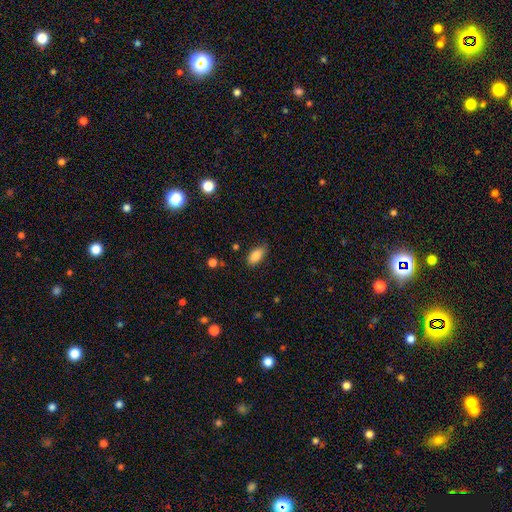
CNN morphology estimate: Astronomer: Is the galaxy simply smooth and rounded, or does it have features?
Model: smooth — 87%.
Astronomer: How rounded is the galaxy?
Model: in between — 91%.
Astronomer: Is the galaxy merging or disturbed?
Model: none — 76%.